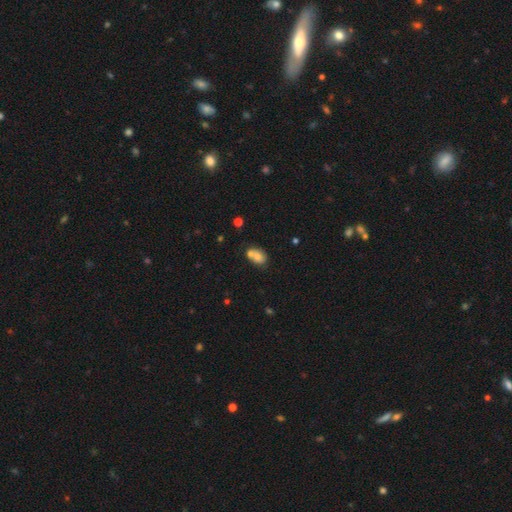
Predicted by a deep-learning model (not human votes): A smooth galaxy with no disk features (74%) that is in between round and cigar-shaped (74%). Merging: merger (45%).